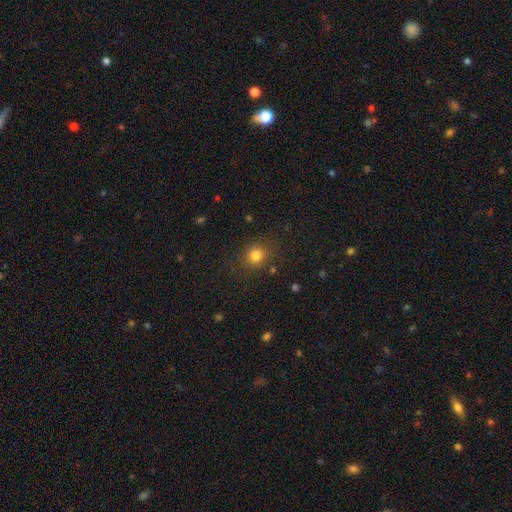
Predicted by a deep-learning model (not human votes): This appears to be a smooth galaxy with no disk features (80%) that is round (87%). Merging: none (85%).